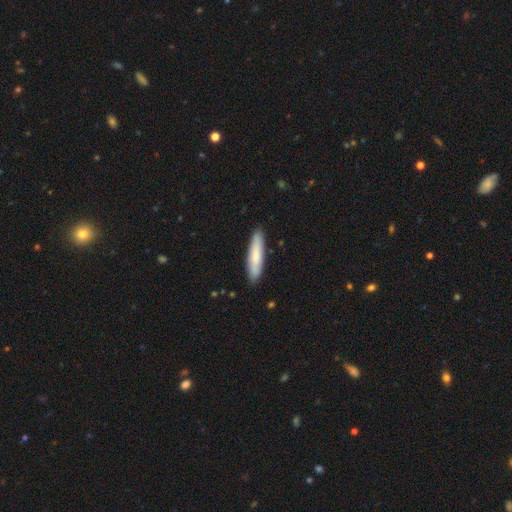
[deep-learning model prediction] A smooth galaxy with no disk features (76%) that is cigar-shaped (84%).

Vote fractions:
- Smooth or featured? smooth: 76% / featured or disk: 18% / star or artifact: 5%
- How rounded? cigar-shaped: 84% / in between: 14% / round: 1%
- Merging? none: 89% / minor disturbance: 9% / major disturbance: 1% / merger: 1%